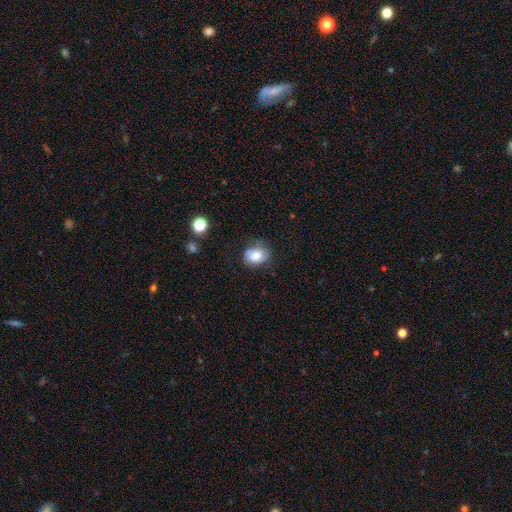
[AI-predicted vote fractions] A smooth galaxy with no disk features (77%) that is in between round and cigar-shaped (56%). Merging: none (60%).